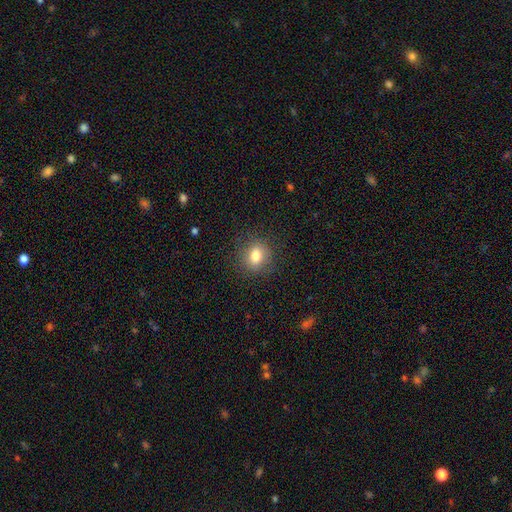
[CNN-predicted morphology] Smooth or featured: smooth — 80% (star or artifact — 11%)
How rounded: round — 63% (in between — 35%)
Merging: none — 85% (minor disturbance — 10%)